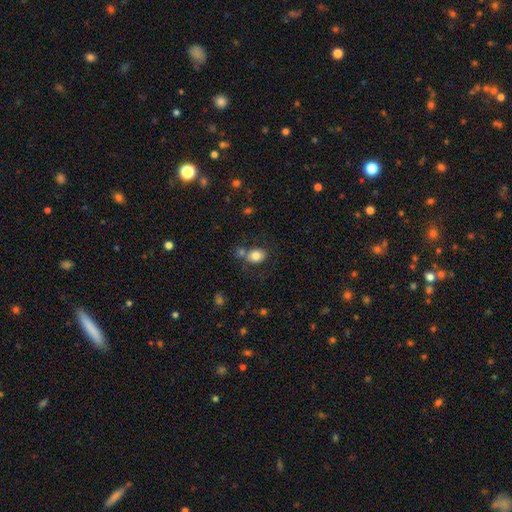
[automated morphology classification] A smooth galaxy with no disk features (81%) that is in between round and cigar-shaped (56%). Merging: none (60%).